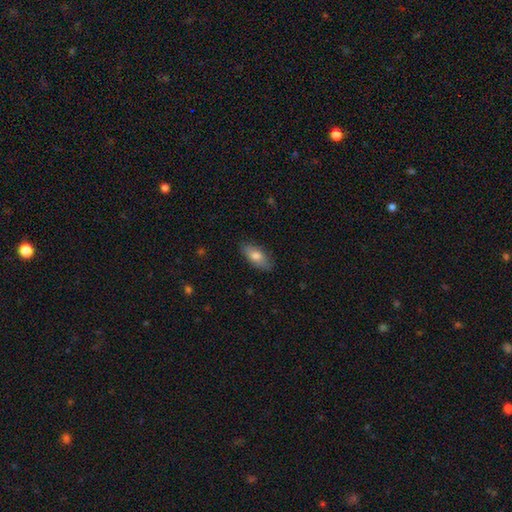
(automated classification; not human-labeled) smooth_or_featured: smooth (p=0.77) [alt: featured or disk p=0.17]
how_rounded: in between (p=0.84) [alt: cigar-shaped p=0.13]
merging: none (p=0.84) [alt: minor disturbance p=0.13]